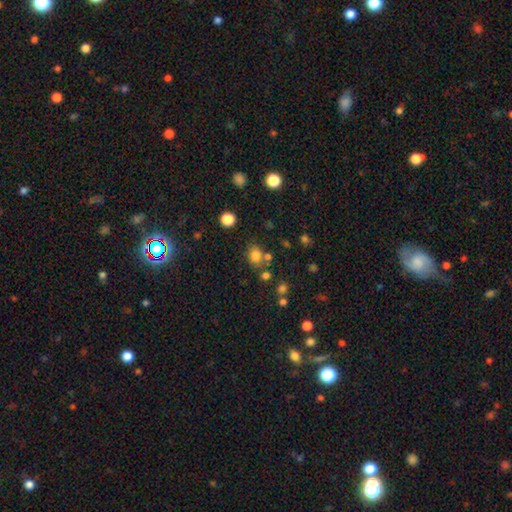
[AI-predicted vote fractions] Morphology: type=smooth (77%); roundness=round (56%); merging=none (69%).